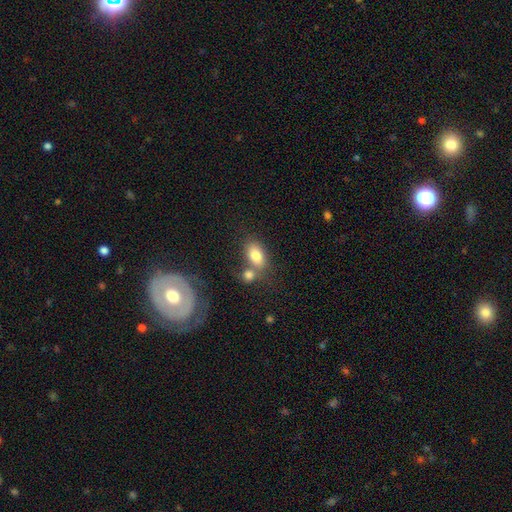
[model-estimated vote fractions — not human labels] smooth 80%, featured or disk 11%, star or artifact 8%. Down the decision tree: how rounded — in between (87%); merging — none (47%).